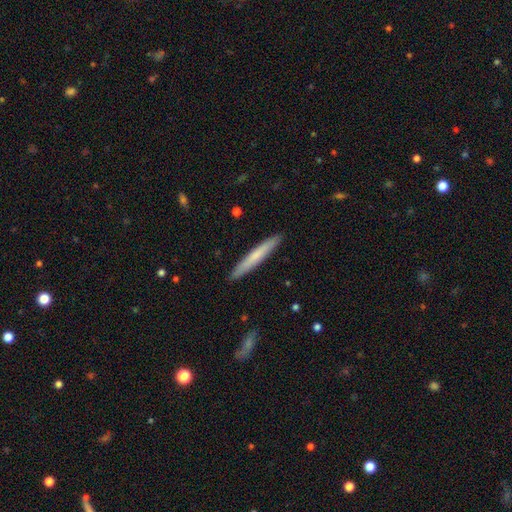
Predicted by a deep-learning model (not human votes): smooth 65%, featured or disk 30%, star or artifact 5%. Down the decision tree: how rounded — cigar-shaped (96%); merging — none (91%).